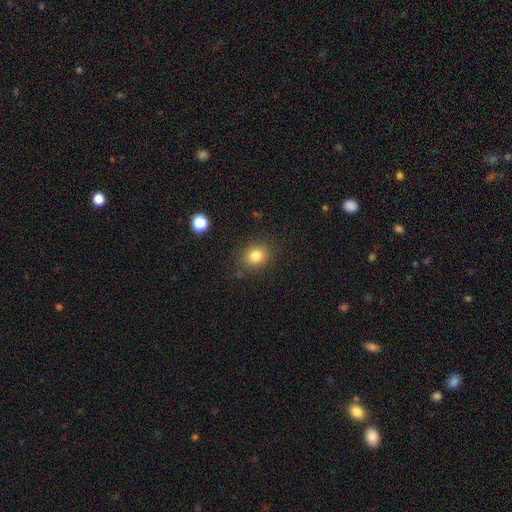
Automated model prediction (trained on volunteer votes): Smooth or featured: smooth — 83% (star or artifact — 11%)
How rounded: round — 72% (in between — 28%)
Merging: none — 84% (minor disturbance — 10%)